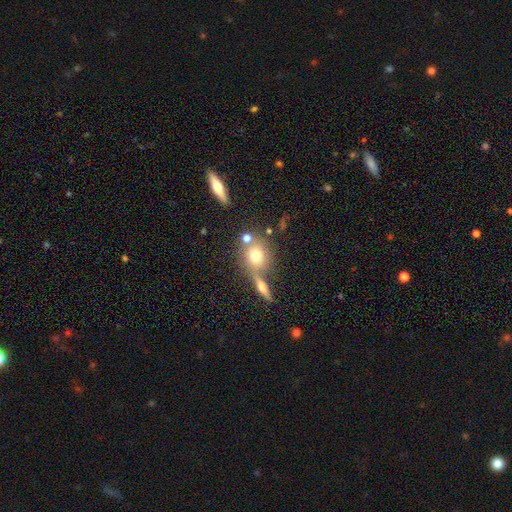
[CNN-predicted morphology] Smooth or featured? Predicted: smooth (p=0.68). How rounded? Predicted: round (p=0.72). Merging? Predicted: none (p=0.57).